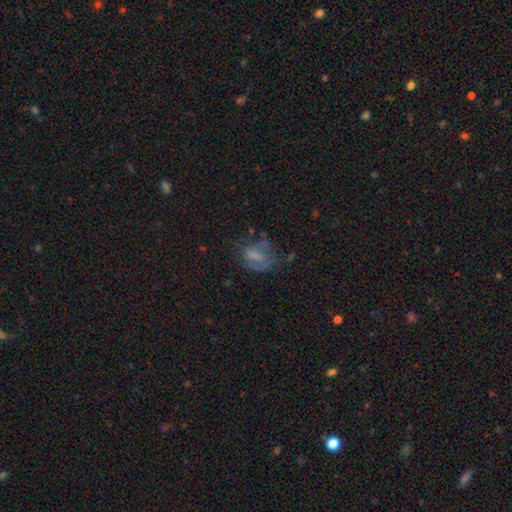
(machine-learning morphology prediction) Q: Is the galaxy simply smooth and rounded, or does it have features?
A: smooth — 43%.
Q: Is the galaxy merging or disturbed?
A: none — 42%.